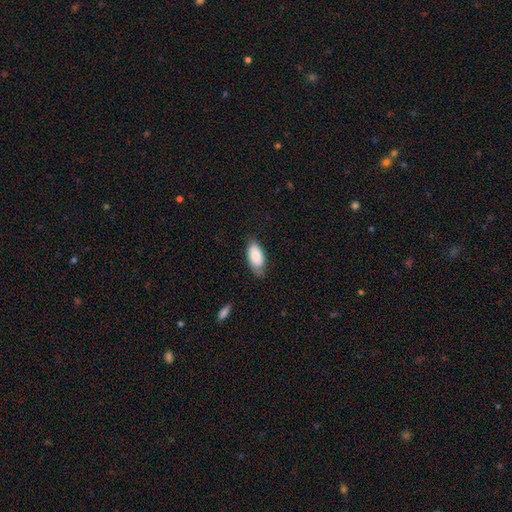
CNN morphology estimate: Smooth or featured? Predicted: smooth (p=0.84). How rounded? Predicted: in between (p=0.92). Merging? Predicted: none (p=0.69).